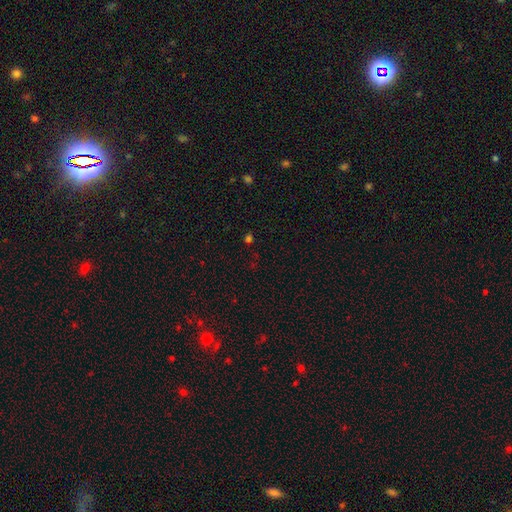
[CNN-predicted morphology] Smooth or featured?
  - star or artifact: 53% *
  - smooth: 41%
  - featured or disk: 6%